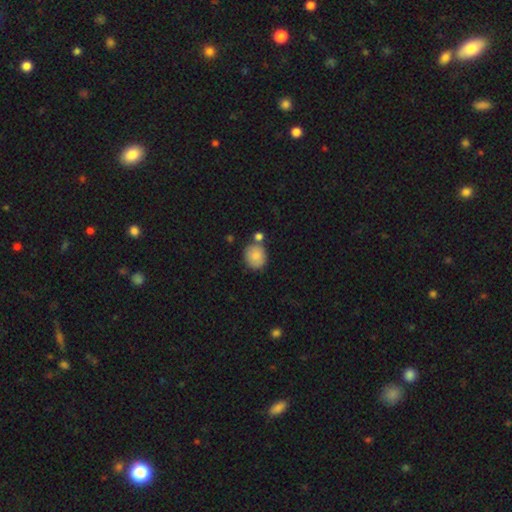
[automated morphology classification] Smooth or featured?
  - smooth: 84% *
  - featured or disk: 8%
  - star or artifact: 8%
How rounded?
  - round: 77% *
  - in between: 22%
  - cigar-shaped: 1%
Merging?
  - none: 66% *
  - merger: 18%
  - minor disturbance: 13%
  - major disturbance: 3%